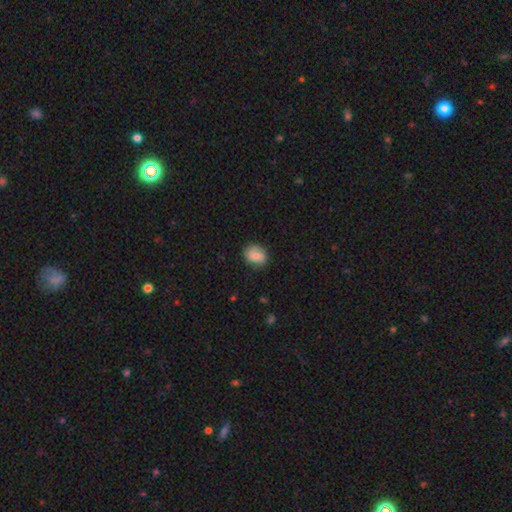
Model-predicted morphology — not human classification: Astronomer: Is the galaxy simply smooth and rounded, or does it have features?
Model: smooth — 72%.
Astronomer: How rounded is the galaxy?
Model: round — 52% (runner-up: in between, 47%).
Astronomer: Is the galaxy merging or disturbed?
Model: none — 78%.